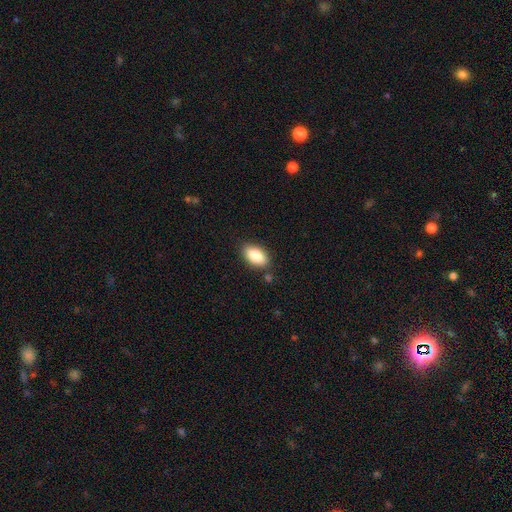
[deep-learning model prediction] A smooth galaxy with no disk features (84%) that is in between round and cigar-shaped (92%). Merging: none (84%).